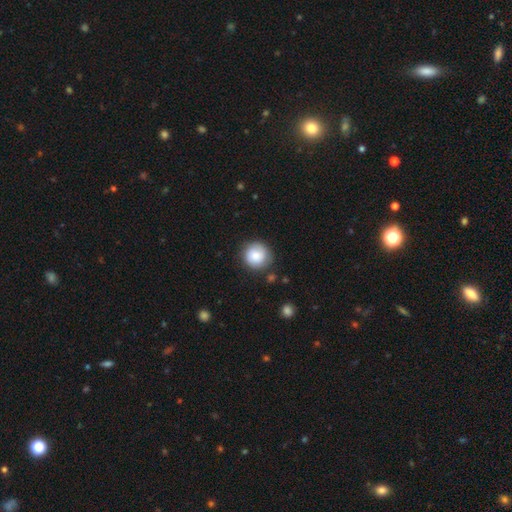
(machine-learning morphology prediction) Smooth or featured? smooth (81%)
How rounded? round (94%)
Merging? none (83%)